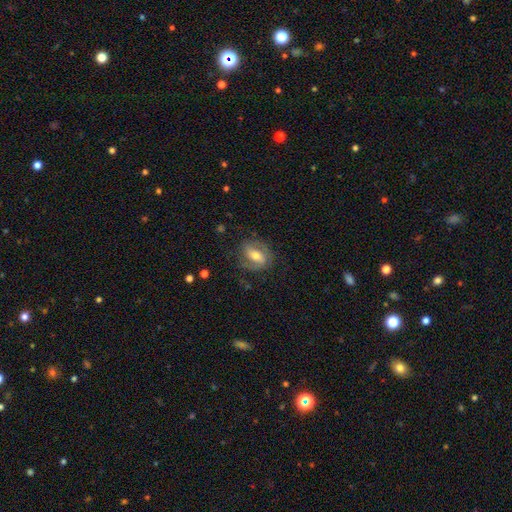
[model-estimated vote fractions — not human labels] smooth_or_featured: featured or disk (p=0.64) [alt: smooth p=0.29]
disk_edge_on: no (p=0.95) [alt: yes p=0.05]
bar: weak (p=0.40) [alt: strong p=0.37]
has_spiral_arms: yes (p=0.82) [alt: no p=0.18]
bulge_size: moderate (p=0.64) [alt: small p=0.25]
merging: none (p=0.73) [alt: minor disturbance p=0.17]